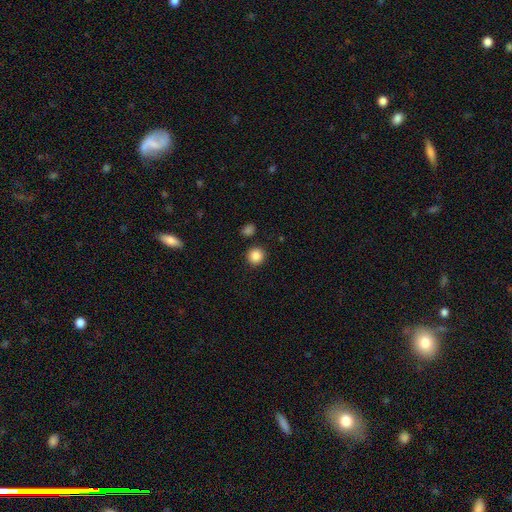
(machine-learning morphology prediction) The model was most divided on "smooth or featured": smooth: 87%, star or artifact: 10%, featured or disk: 4%. More confident: how rounded — round (94%); merging — none (90%).